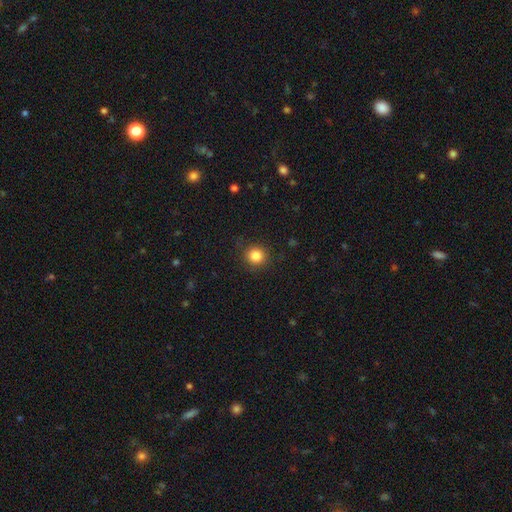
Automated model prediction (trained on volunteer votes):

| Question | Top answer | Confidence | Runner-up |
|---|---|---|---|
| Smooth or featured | smooth | 85% | star or artifact (11%) |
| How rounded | round | 89% | in between (10%) |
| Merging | none | 88% | minor disturbance (8%) |